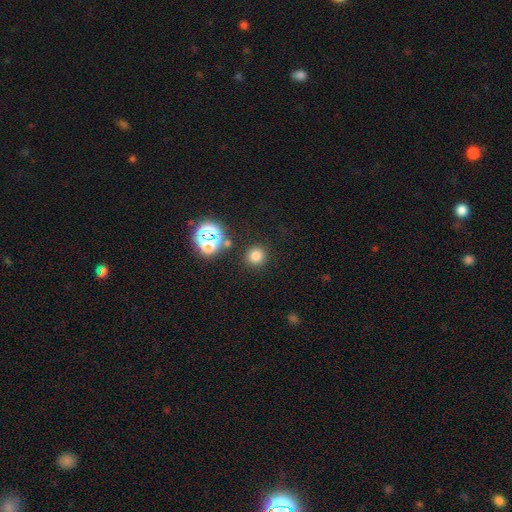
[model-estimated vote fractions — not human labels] A smooth galaxy with no disk features (73%) that is round (93%).

Vote fractions:
- Smooth or featured? smooth: 73% / star or artifact: 21% / featured or disk: 6%
- How rounded? round: 93% / in between: 6% / cigar-shaped: 1%
- Merging? none: 88% / minor disturbance: 6% / merger: 3% / major disturbance: 3%